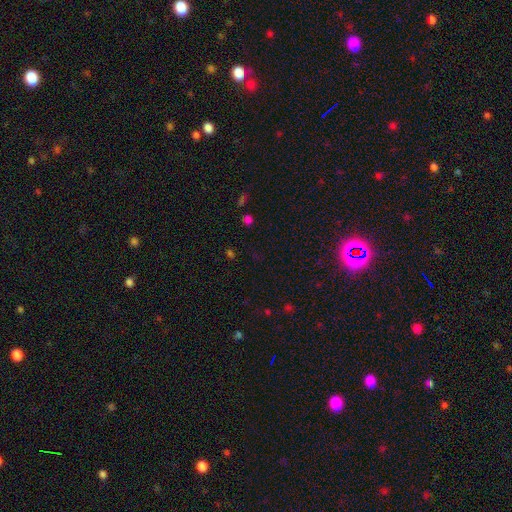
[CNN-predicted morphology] Smooth or featured? Predicted: star or artifact (p=0.52).